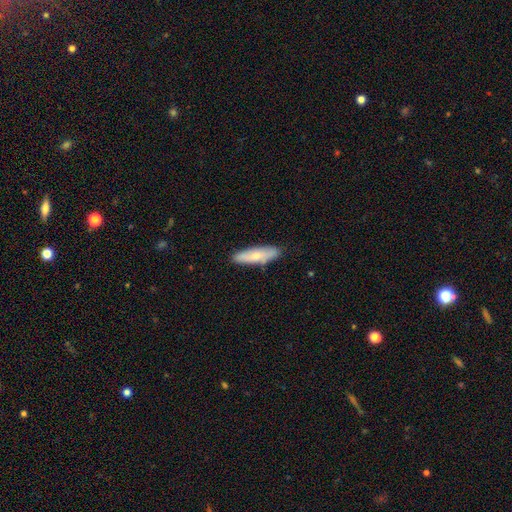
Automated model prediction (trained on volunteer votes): smooth 62%, featured or disk 32%, star or artifact 6%. Down the decision tree: how rounded — cigar-shaped (58%); merging — none (83%).